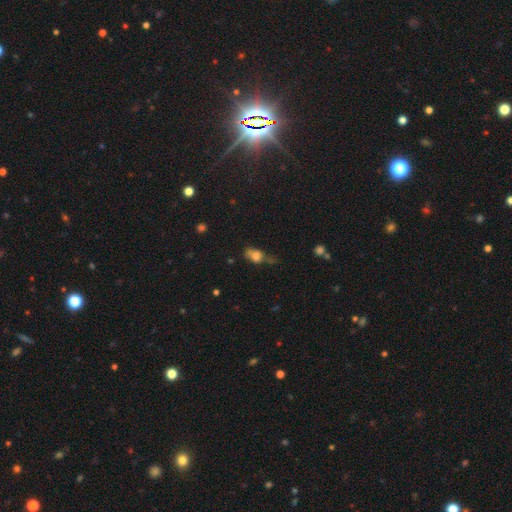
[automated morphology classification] type=smooth (65%); roundness=in between (74%); merging=none (34%).